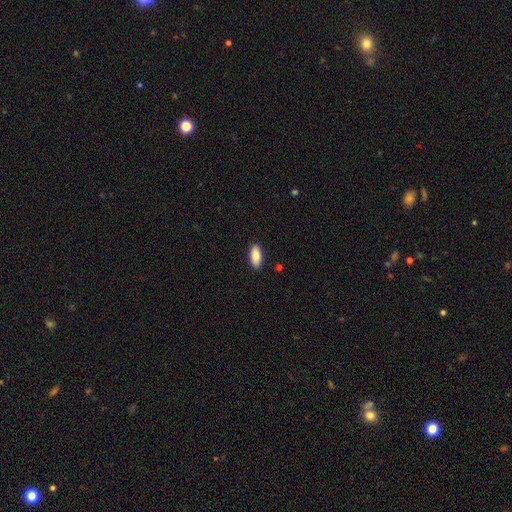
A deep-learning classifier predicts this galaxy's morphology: This appears to be a smooth galaxy with no disk features (85%) that is in between round and cigar-shaped (88%). Merging: none (89%).